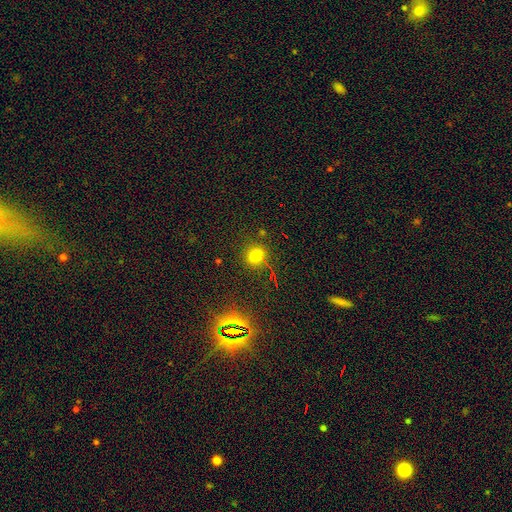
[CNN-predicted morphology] smooth-or-featured: smooth: 70% | star or artifact: 23% | featured or disk: 7%
  how-rounded: round: 63% | in between: 35% | cigar-shaped: 2%
  merging: none: 77% | minor disturbance: 13% | major disturbance: 5% | merger: 5%